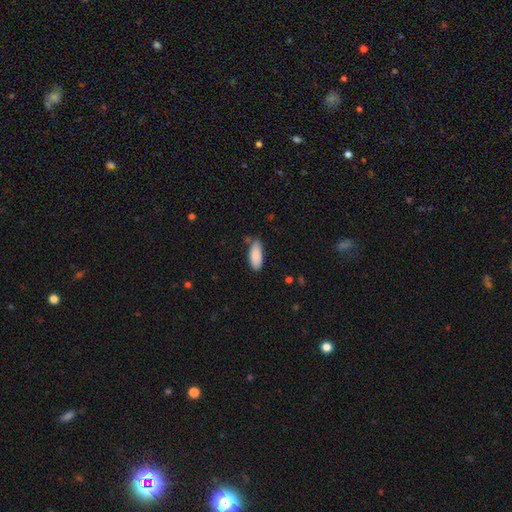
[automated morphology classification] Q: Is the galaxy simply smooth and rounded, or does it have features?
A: smooth — 89%.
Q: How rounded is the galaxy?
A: in between — 82%.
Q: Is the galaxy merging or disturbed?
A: none — 72%.